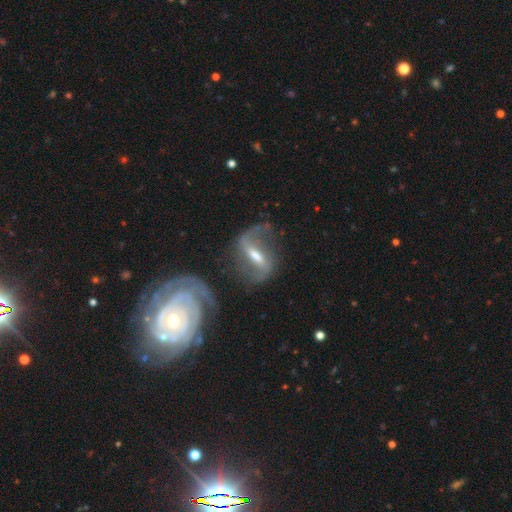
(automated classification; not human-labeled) Smooth or featured? featured or disk (84%)
Edge-on disk? no (93%)
Bar? strong (54%)
Spiral arms? yes (93%)
Spiral winding? loose (57%)
Spiral arm count? 2 (89%)
Bulge size? moderate (56%)
Merging? none (56%)